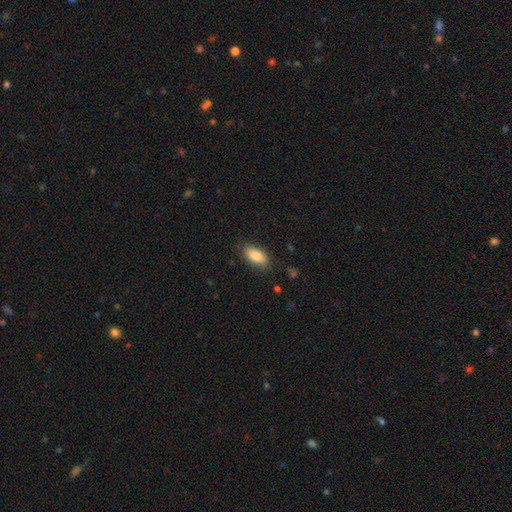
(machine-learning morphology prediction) This is clearly a smooth galaxy (86%). How rounded: clearly in between (89%). Merging: clearly none (83%).